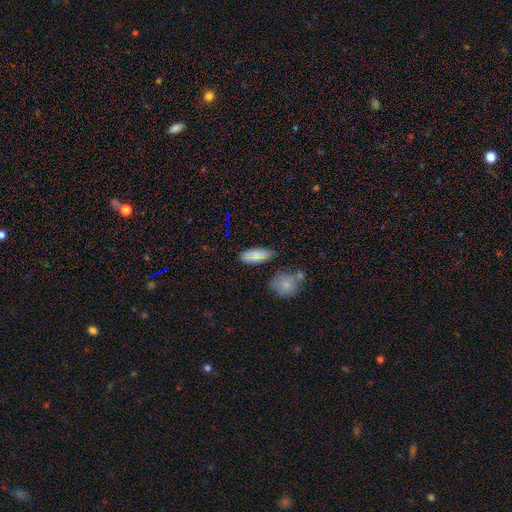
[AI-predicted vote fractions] Overall: smooth (71%). How rounded: in between (82%). Merging: none (76%).